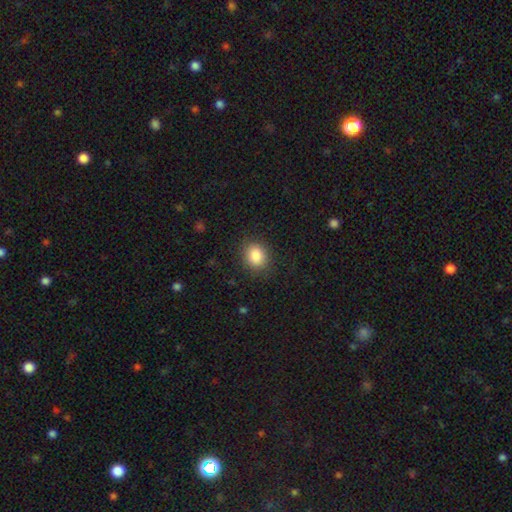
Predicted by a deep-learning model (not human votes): A smooth galaxy with no disk features (86%) that is round (65%).

Vote fractions:
- Smooth or featured? smooth: 86% / star or artifact: 9% / featured or disk: 5%
- How rounded? round: 65% / in between: 34% / cigar-shaped: 1%
- Merging? none: 85% / minor disturbance: 10% / major disturbance: 4% / merger: 1%